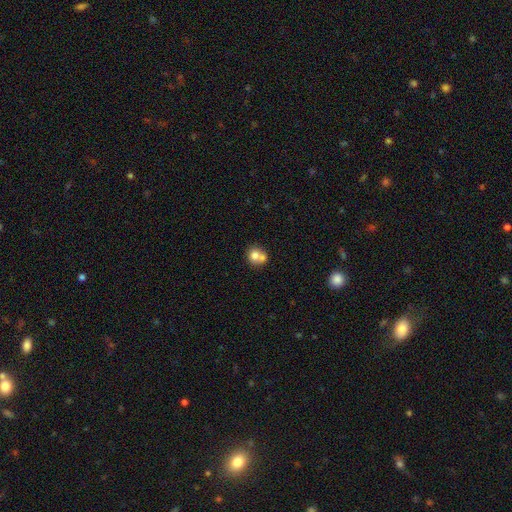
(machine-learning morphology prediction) This is likely a smooth galaxy (73%). How rounded: likely round (78%). Merging: possibly merger (54%).